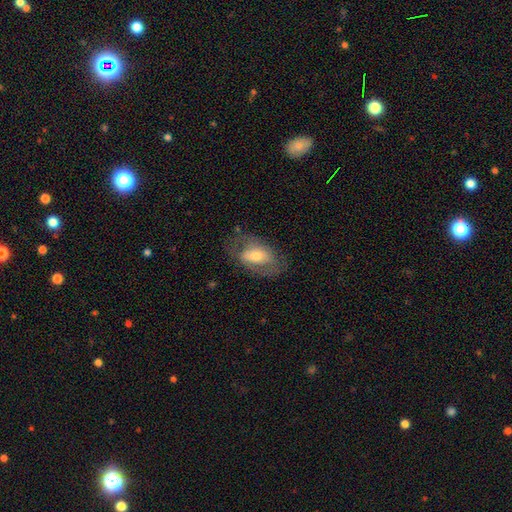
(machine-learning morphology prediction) Smooth or featured? featured or disk (48%)
Merging? none (64%)